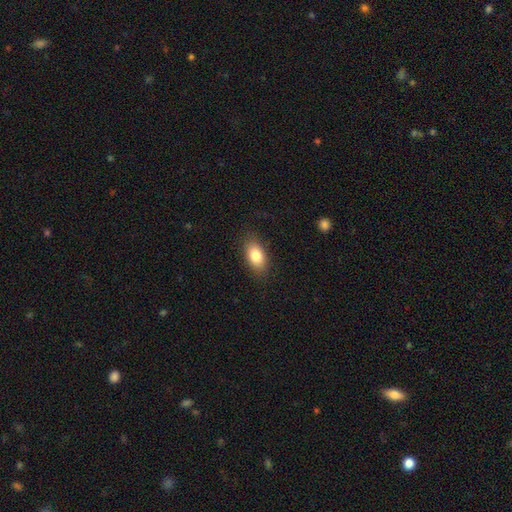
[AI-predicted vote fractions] smooth-or-featured: smooth: 82% | featured or disk: 10% | star or artifact: 8%
  how-rounded: in between: 89% | round: 8% | cigar-shaped: 3%
  merging: none: 84% | minor disturbance: 11% | major disturbance: 3% | merger: 1%